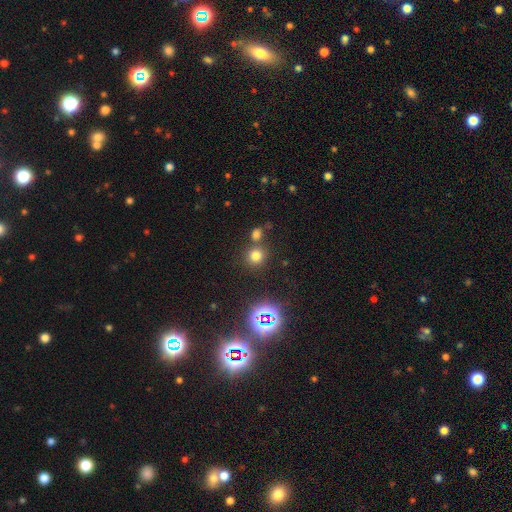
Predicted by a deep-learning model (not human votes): The model was most divided on "smooth or featured": smooth: 70%, star or artifact: 24%, featured or disk: 7%. More confident: how rounded — round (88%); merging — none (70%).